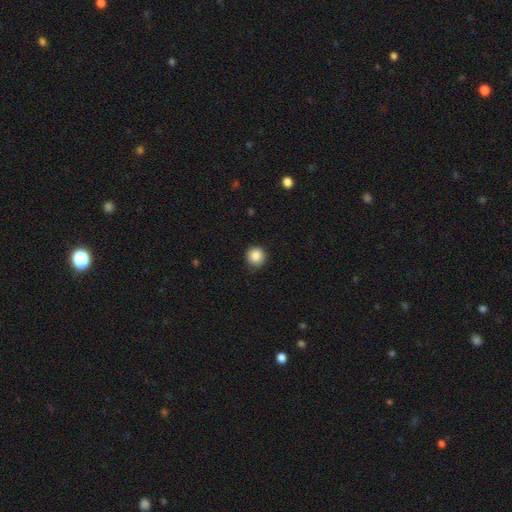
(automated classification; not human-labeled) smooth_or_featured: smooth (p=0.86) [alt: star or artifact p=0.09]
how_rounded: round (p=0.95) [alt: in between p=0.04]
merging: none (p=0.90) [alt: minor disturbance p=0.07]